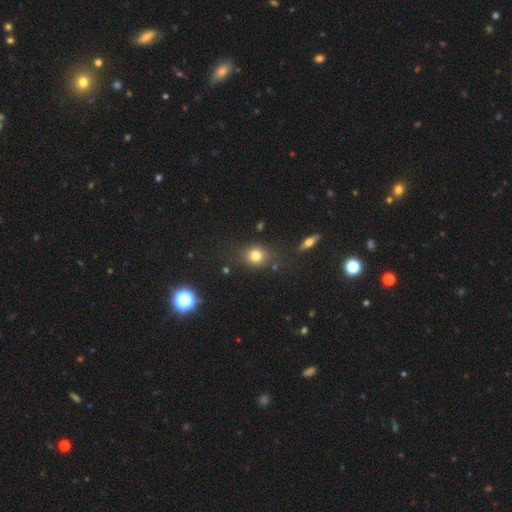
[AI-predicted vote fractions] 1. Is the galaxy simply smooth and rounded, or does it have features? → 77% smooth, 13% star or artifact, 10% featured or disk.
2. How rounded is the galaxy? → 65% round, 33% in between, 2% cigar-shaped.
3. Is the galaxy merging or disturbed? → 76% none, 14% minor disturbance, 5% merger, 5% major disturbance.